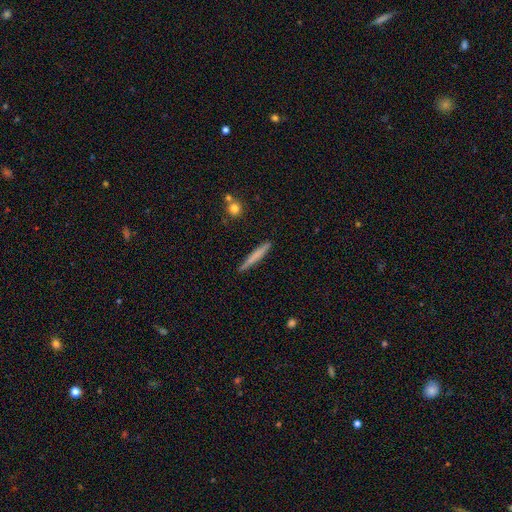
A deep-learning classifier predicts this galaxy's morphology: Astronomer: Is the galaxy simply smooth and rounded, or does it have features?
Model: smooth — 65%.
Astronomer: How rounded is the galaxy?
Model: cigar-shaped — 96%.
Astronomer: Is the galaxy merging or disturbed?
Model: none — 89%.